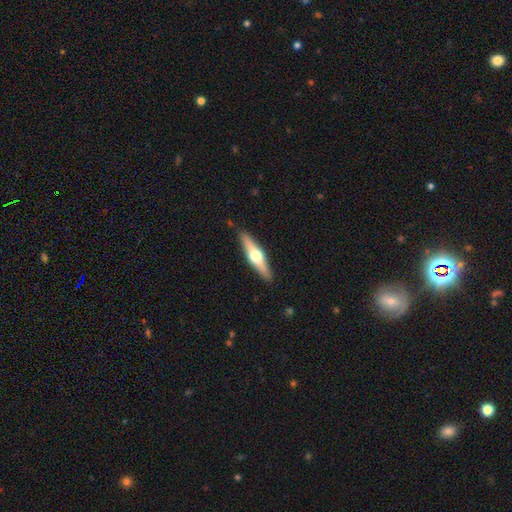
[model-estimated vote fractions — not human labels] A featured or disk galaxy (62%) viewed edge-on (96%) with a rounded central bulge (95%). Merging: none (89%).